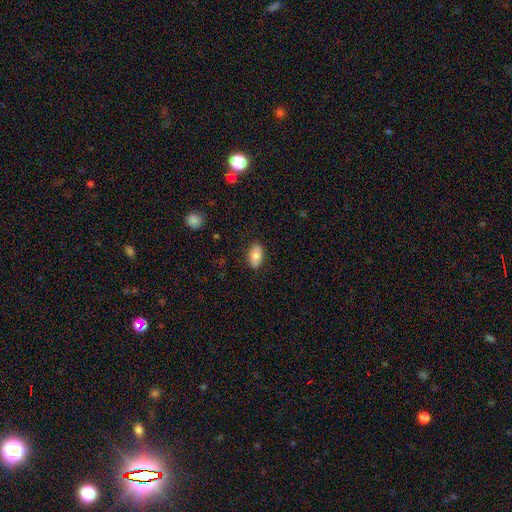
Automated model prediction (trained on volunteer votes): Smooth or featured: smooth — 80% (featured or disk — 13%)
How rounded: in between — 92% (round — 5%)
Merging: none — 86% (minor disturbance — 10%)